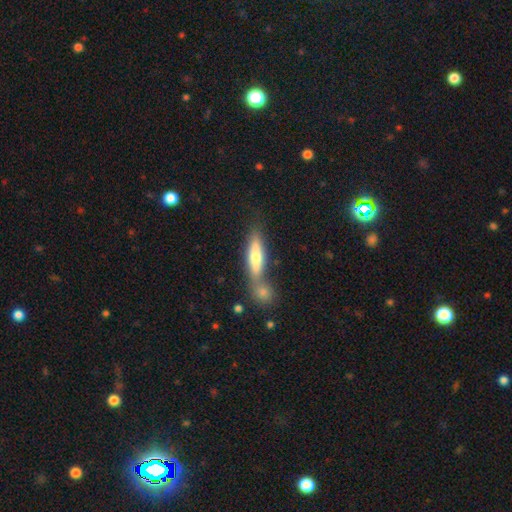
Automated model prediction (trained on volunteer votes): smooth-or-featured: smooth: 62% | featured or disk: 31% | star or artifact: 7%
  how-rounded: cigar-shaped: 63% | in between: 34% | round: 3%
  merging: none: 45% | merger: 36% | minor disturbance: 13% | major disturbance: 5%